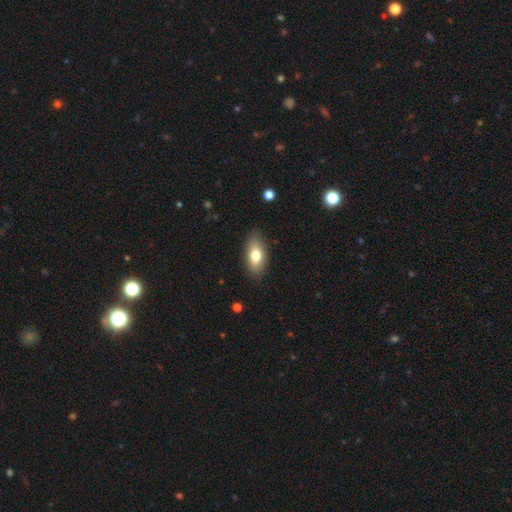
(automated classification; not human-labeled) A smooth galaxy with no disk features (75%) that is in between round and cigar-shaped (86%).

Vote fractions:
- Smooth or featured? smooth: 75% / featured or disk: 18% / star or artifact: 7%
- How rounded? in between: 86% / cigar-shaped: 10% / round: 5%
- Merging? none: 85% / minor disturbance: 11% / major disturbance: 3% / merger: 1%